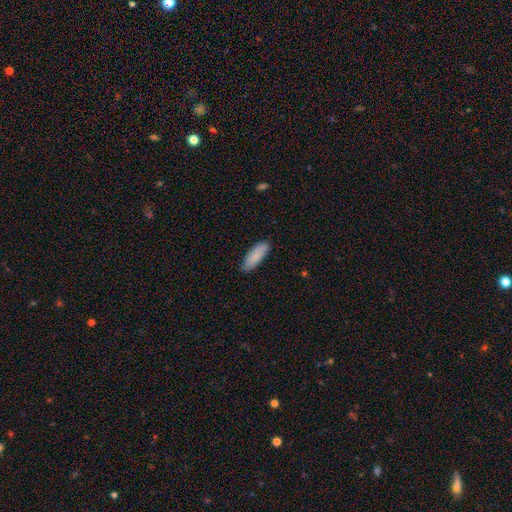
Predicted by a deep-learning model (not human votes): Morphology: type=smooth (86%); roundness=in between (54%); merging=none (85%).